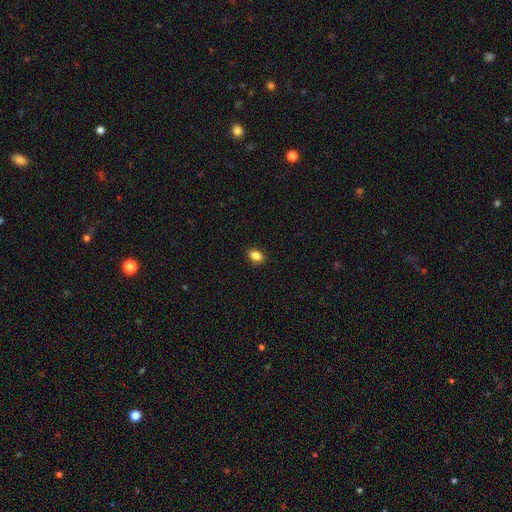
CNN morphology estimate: This is clearly a smooth galaxy (87%). How rounded: clearly in between (81%). Merging: clearly none (89%).